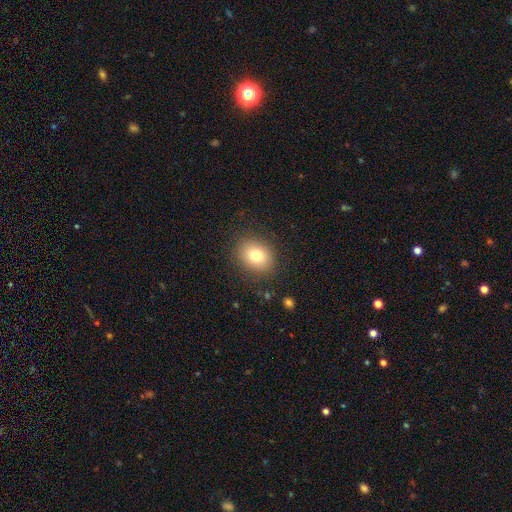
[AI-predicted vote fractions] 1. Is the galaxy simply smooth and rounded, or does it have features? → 80% smooth, 10% featured or disk, 10% star or artifact.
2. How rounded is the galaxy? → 52% round, 47% in between, 1% cigar-shaped.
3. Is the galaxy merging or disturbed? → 86% none, 10% minor disturbance, 3% major disturbance, 1% merger.